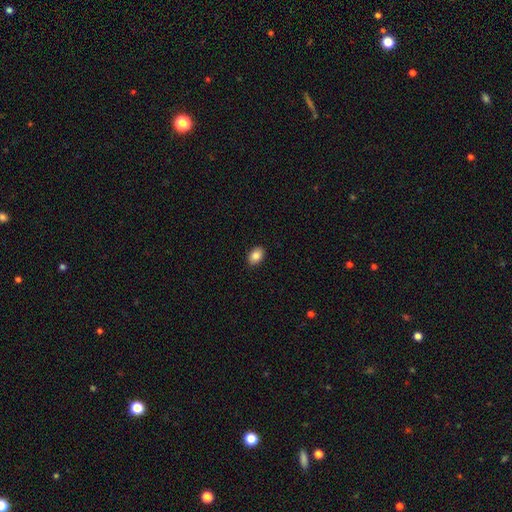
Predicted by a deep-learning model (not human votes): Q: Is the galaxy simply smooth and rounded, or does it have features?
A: smooth — 86%.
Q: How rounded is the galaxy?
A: in between — 84%.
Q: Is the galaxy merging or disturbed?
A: none — 90%.